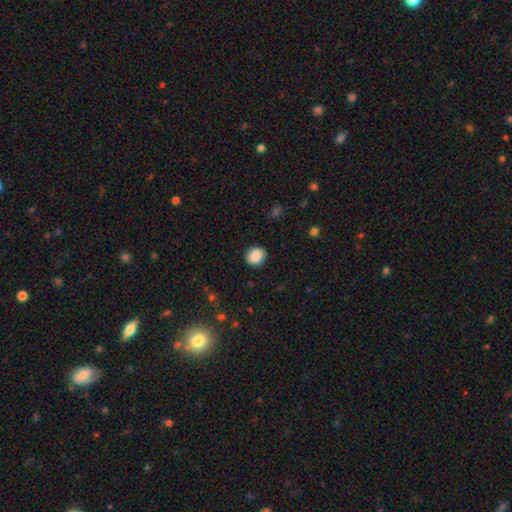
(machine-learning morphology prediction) type=smooth (86%); roundness=round (79%); merging=none (89%).